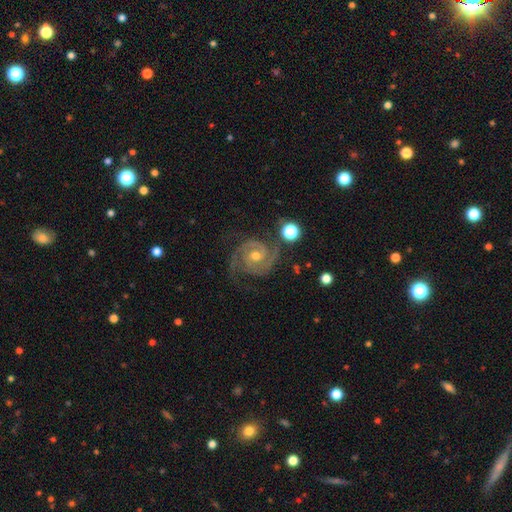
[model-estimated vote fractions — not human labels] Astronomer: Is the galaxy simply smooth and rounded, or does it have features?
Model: featured or disk — 91%.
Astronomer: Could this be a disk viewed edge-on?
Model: no — 98%.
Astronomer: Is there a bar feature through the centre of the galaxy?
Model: no — 62%.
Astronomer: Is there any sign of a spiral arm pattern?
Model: yes — 98%.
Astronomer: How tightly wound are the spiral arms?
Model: tight — 58% (runner-up: medium, 37%).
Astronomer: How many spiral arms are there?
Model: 2 — 78%.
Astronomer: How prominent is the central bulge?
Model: moderate — 63%.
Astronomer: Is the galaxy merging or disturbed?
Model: none — 75%.